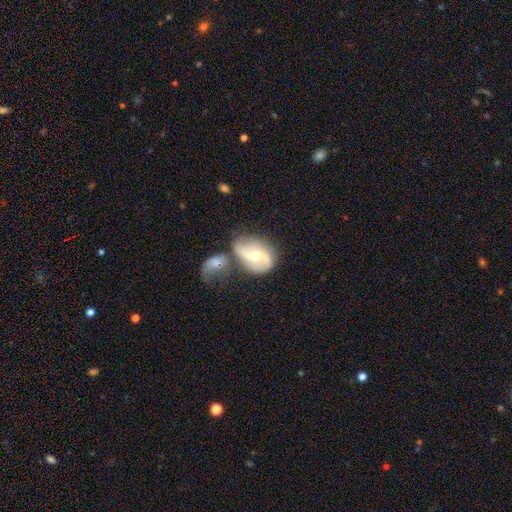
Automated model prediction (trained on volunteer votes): A featured or disk galaxy (70%) with no bar (49%), 2 (85%) loose (50%) spiral arms (84%) and a moderate central bulge (72%).

Vote fractions:
- Smooth or featured? featured or disk: 70% / smooth: 24% / star or artifact: 7%
- Edge-on disk? no: 96% / yes: 4%
- Bar? no: 49% / weak: 36% / strong: 15%
- Spiral arms? yes: 84% / no: 16%
- Spiral winding? loose: 50% / medium: 36% / tight: 13%
- Spiral arm count? 2: 85% / can't tell: 7% / 1: 4% / 3: 2% / 4: 1% / more than 4: 1%
- Bulge size? moderate: 72% / small: 21% / large: 4% / none: 1% / dominant: 1%
- Merging? none: 39% / merger: 32% / minor disturbance: 18% / major disturbance: 11%